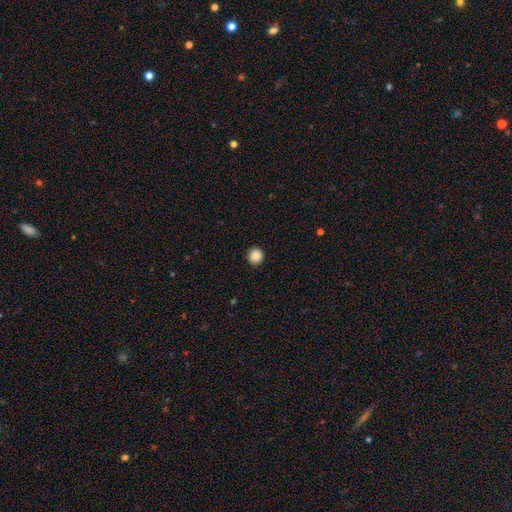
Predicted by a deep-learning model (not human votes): Smooth or featured? smooth (88%)
How rounded? round (93%)
Merging? none (91%)